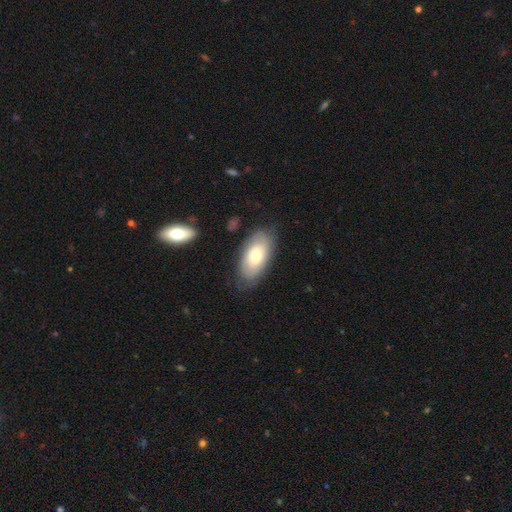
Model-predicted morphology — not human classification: A smooth galaxy with no disk features (53%) that is in between round and cigar-shaped (92%). Merging: none (76%).